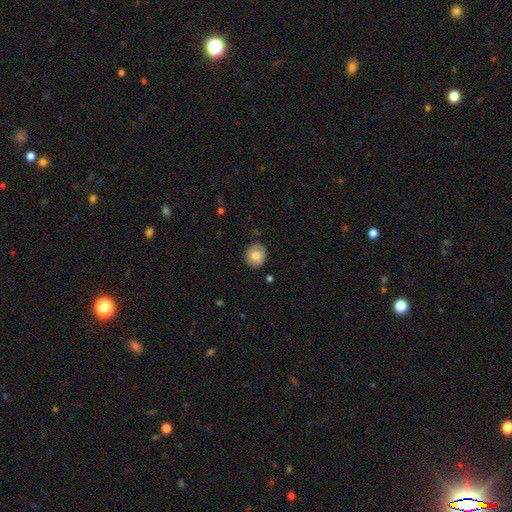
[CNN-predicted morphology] A smooth galaxy with no disk features (80%) that is round (76%).

Vote fractions:
- Smooth or featured? smooth: 80% / featured or disk: 12% / star or artifact: 8%
- How rounded? round: 76% / in between: 23% / cigar-shaped: 1%
- Merging? none: 83% / minor disturbance: 13% / major disturbance: 2% / merger: 2%